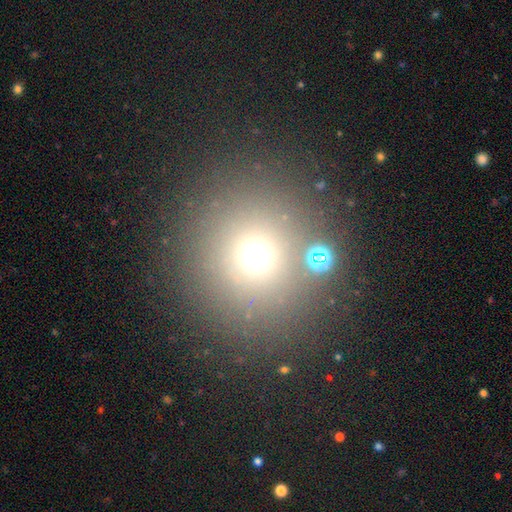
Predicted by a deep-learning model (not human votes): A smooth galaxy with no disk features (65%) that is round (93%).

Vote fractions:
- Smooth or featured? smooth: 65% / star or artifact: 25% / featured or disk: 9%
- How rounded? round: 93% / in between: 6% / cigar-shaped: 1%
- Merging? none: 82% / merger: 7% / minor disturbance: 7% / major disturbance: 4%